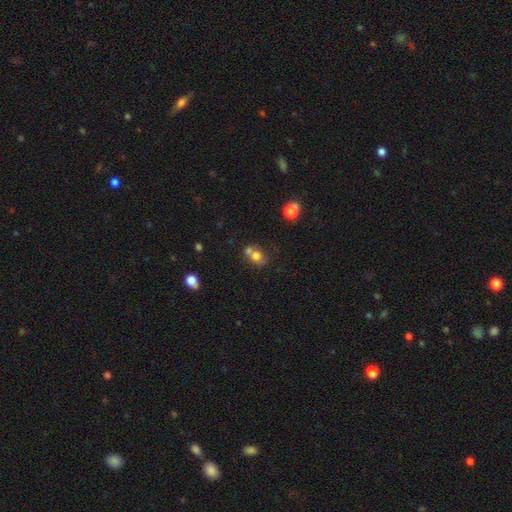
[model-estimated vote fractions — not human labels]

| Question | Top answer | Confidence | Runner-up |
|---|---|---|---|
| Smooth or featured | smooth | 71% | featured or disk (17%) |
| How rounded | round | 60% | in between (39%) |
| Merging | merger | 46% | none (37%) |